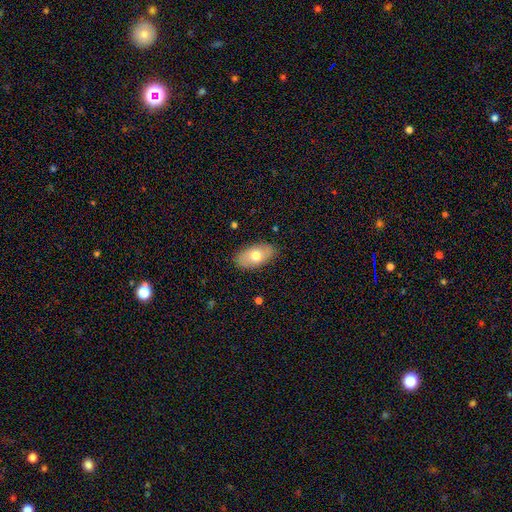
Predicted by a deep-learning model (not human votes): Smooth or featured: smooth — 70% (featured or disk — 24%)
How rounded: in between — 93% (round — 4%)
Merging: none — 86% (minor disturbance — 11%)